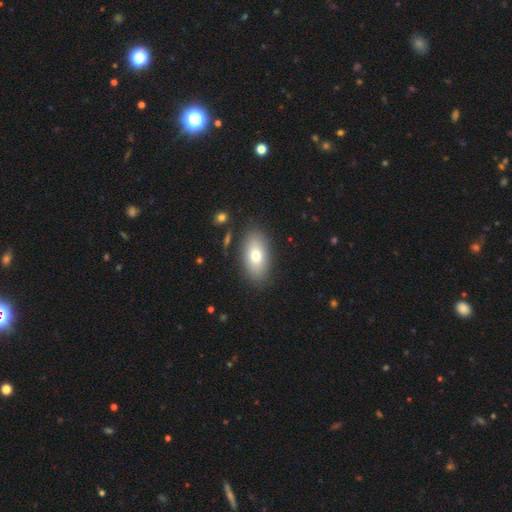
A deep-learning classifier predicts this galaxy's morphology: smooth 74%, featured or disk 18%, star or artifact 8%. Down the decision tree: how rounded — in between (91%); merging — none (85%).